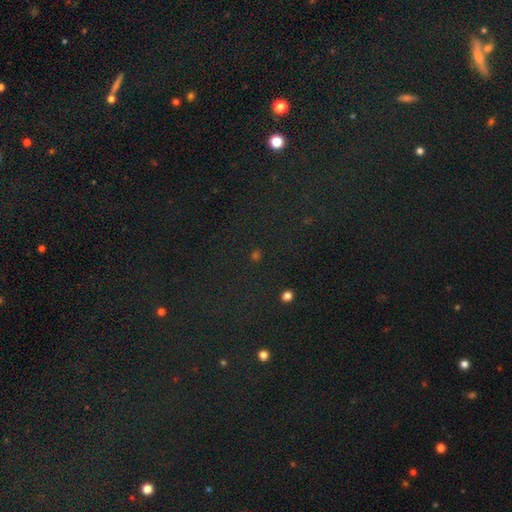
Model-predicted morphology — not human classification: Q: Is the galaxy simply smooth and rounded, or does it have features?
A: star or artifact — 65%.